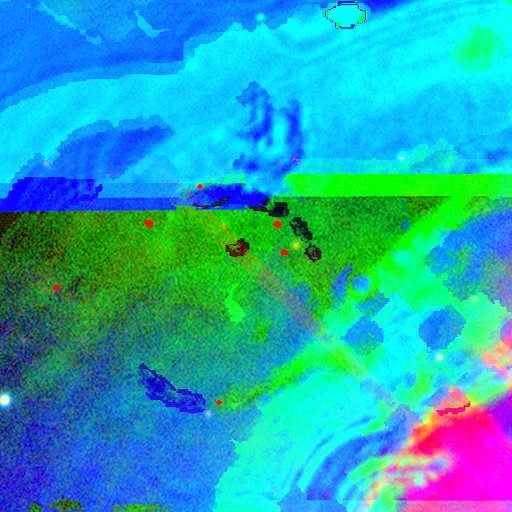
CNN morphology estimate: Smooth or featured: star or artifact — 89% (featured or disk — 6%)